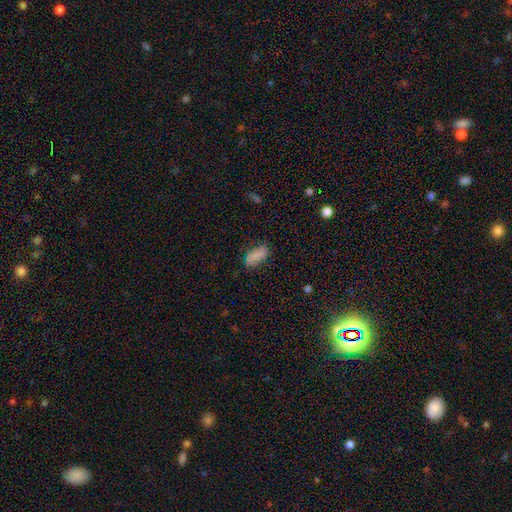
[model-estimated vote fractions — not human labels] Smooth or featured? smooth (82%)
How rounded? in between (87%)
Merging? none (74%)